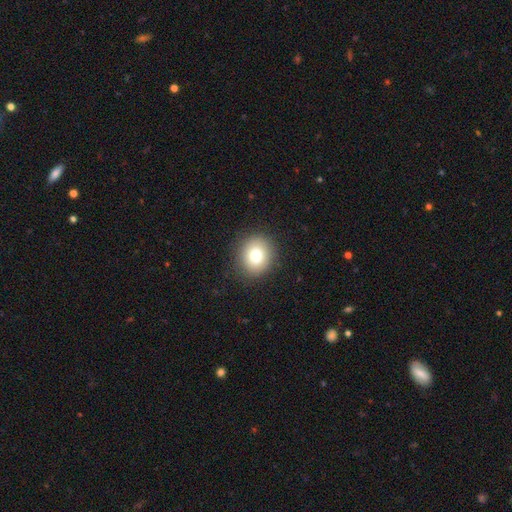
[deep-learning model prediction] Smooth or featured? smooth (80%)
How rounded? round (76%)
Merging? none (89%)